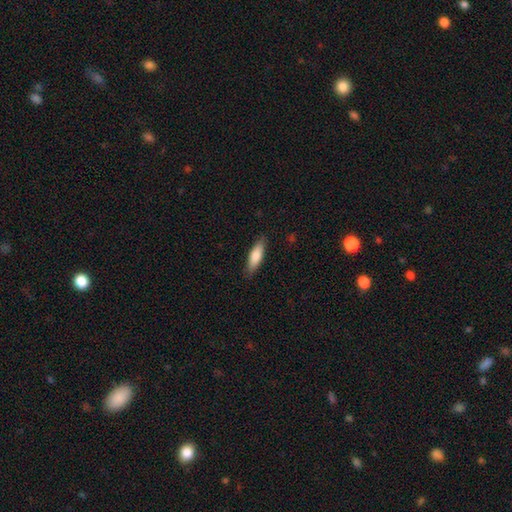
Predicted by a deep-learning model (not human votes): smooth_or_featured: smooth (p=0.80) [alt: featured or disk p=0.14]
how_rounded: cigar-shaped (p=0.51) [alt: in between p=0.47]
merging: none (p=0.86) [alt: minor disturbance p=0.11]